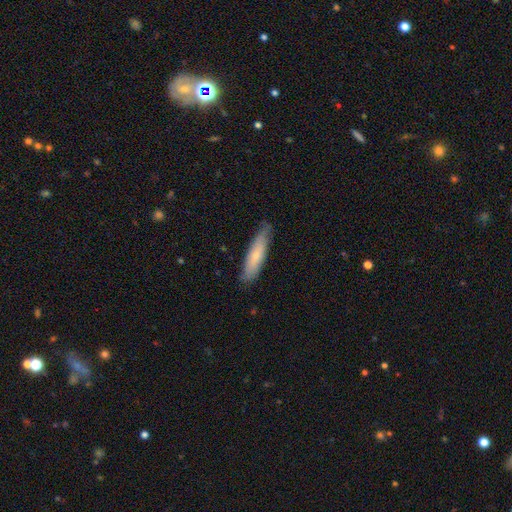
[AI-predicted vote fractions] Morphology: type=smooth (68%); roundness=cigar-shaped (78%); merging=none (80%).